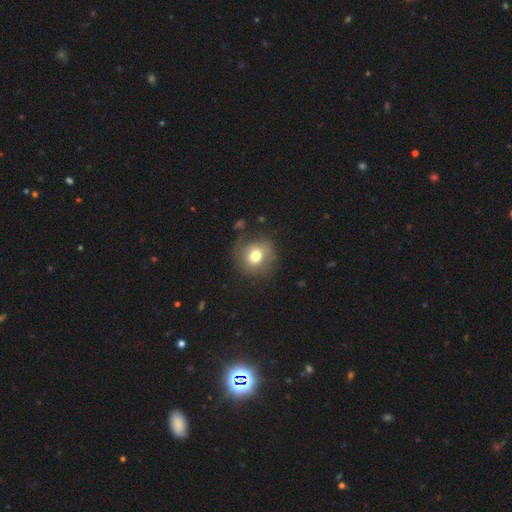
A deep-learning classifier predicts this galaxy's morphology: Q: Smooth or featured?
A: smooth (74%); runner-up: featured or disk (16%)
Q: How rounded?
A: round (85%); runner-up: in between (14%)
Q: Merging?
A: none (76%); runner-up: minor disturbance (16%)